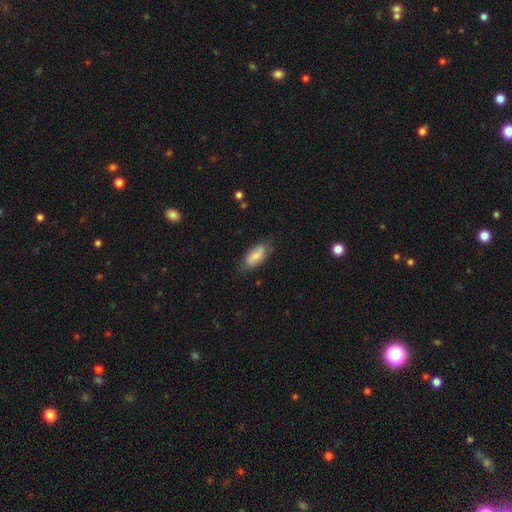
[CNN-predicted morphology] The model was most divided on "smooth or featured": smooth: 69%, featured or disk: 24%, star or artifact: 6%. More confident: how rounded — in between (86%); merging — none (74%).